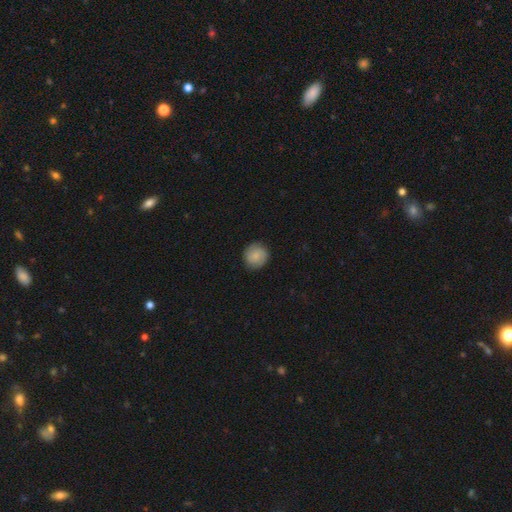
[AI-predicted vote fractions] Q: Smooth or featured?
A: smooth (78%); runner-up: featured or disk (15%)
Q: How rounded?
A: round (92%); runner-up: in between (7%)
Q: Merging?
A: none (88%); runner-up: minor disturbance (9%)